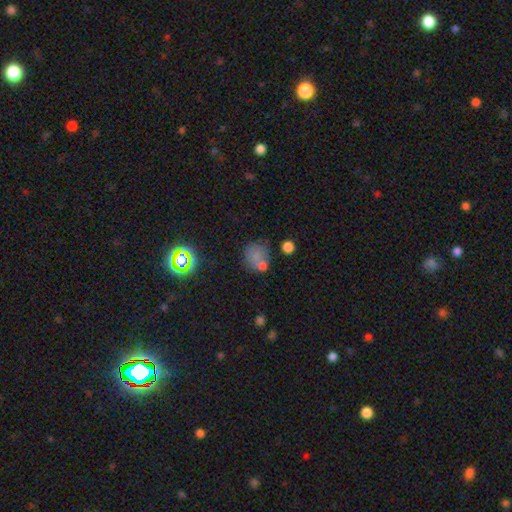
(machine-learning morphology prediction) Q: Smooth or featured?
A: smooth (66%); runner-up: star or artifact (20%)
Q: How rounded?
A: round (67%); runner-up: in between (32%)
Q: Merging?
A: none (47%); runner-up: minor disturbance (20%)